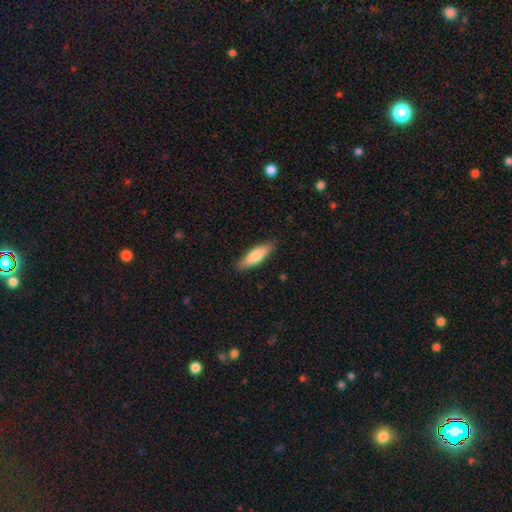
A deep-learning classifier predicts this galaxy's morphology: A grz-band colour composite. It shows a smooth galaxy with no disk features (77%) that is cigar-shaped (59%). Merging: none (86%).